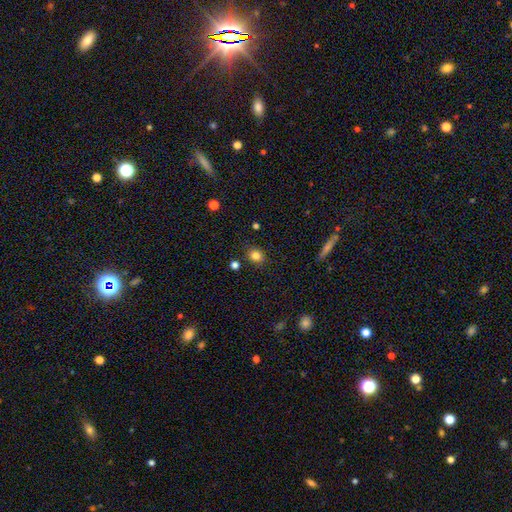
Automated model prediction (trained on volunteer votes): Smooth or featured? smooth (83%)
How rounded? round (73%)
Merging? none (87%)